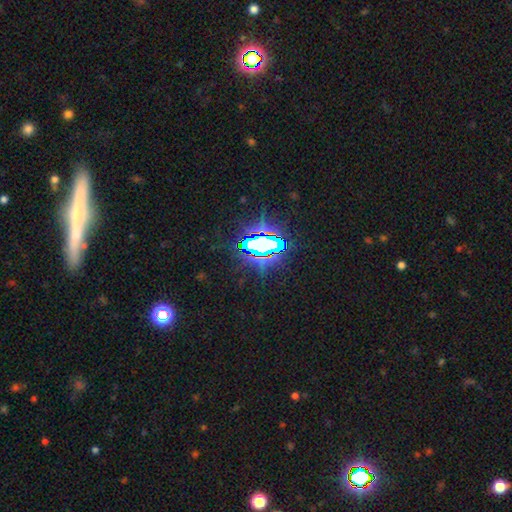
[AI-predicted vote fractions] Q: Smooth or featured?
A: star or artifact (76%); runner-up: smooth (14%)